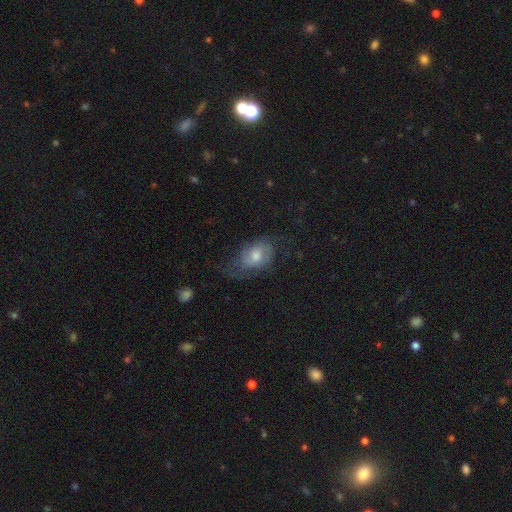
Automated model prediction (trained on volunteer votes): This is marginally a smooth galaxy (45%, tied with featured or disk). Merging: possibly none (49%).